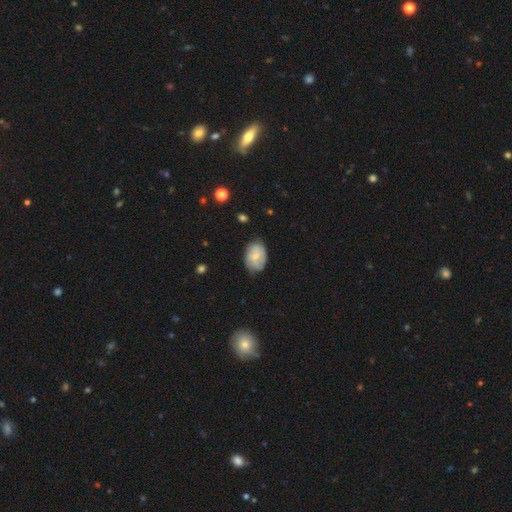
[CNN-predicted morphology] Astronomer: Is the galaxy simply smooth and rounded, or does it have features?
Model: smooth — 53% (runner-up: featured or disk, 40%).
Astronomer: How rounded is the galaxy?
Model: in between — 82%.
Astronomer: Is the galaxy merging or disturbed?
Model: none — 69%.